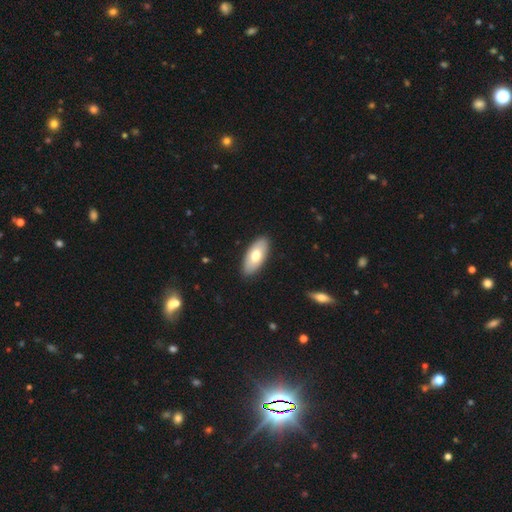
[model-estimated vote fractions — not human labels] A smooth galaxy with no disk features (69%) that is in between round and cigar-shaped (91%).

Vote fractions:
- Smooth or featured? smooth: 69% / featured or disk: 26% / star or artifact: 5%
- How rounded? in between: 91% / cigar-shaped: 7% / round: 2%
- Merging? none: 88% / minor disturbance: 9% / major disturbance: 2% / merger: 1%